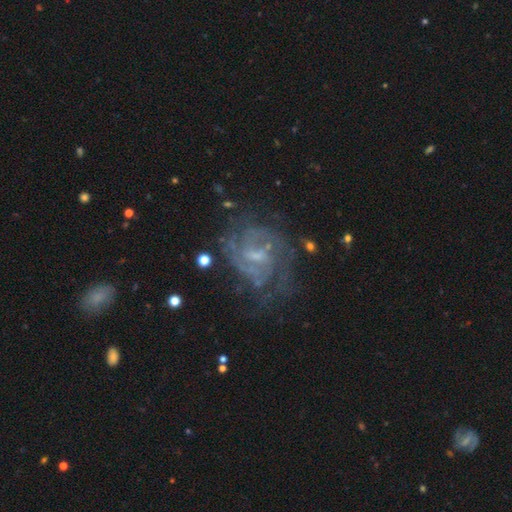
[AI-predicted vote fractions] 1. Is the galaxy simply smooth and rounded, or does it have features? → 81% featured or disk, 10% star or artifact, 9% smooth.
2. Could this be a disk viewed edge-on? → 97% no, 3% yes.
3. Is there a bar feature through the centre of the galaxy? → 56% weak, 27% no, 17% strong.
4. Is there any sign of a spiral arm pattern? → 89% yes, 11% no.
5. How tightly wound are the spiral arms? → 49% tight, 39% medium, 12% loose.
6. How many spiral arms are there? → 40% can't tell, 27% 2, 16% 3, 8% 4, 5% 1, 5% more than 4.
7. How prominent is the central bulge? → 50% small, 26% moderate, 21% none, 2% large, 1% dominant.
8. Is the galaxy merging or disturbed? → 63% none, 19% minor disturbance, 15% major disturbance, 3% merger.